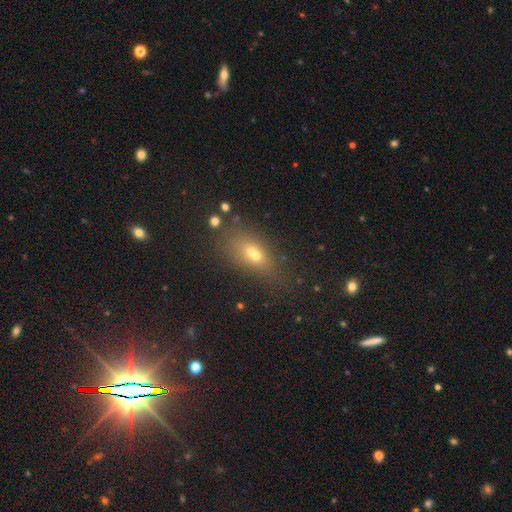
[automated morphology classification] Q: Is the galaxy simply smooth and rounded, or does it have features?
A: smooth — 55%.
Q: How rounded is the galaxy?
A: in between — 69%.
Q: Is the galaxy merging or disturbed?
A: none — 42%.